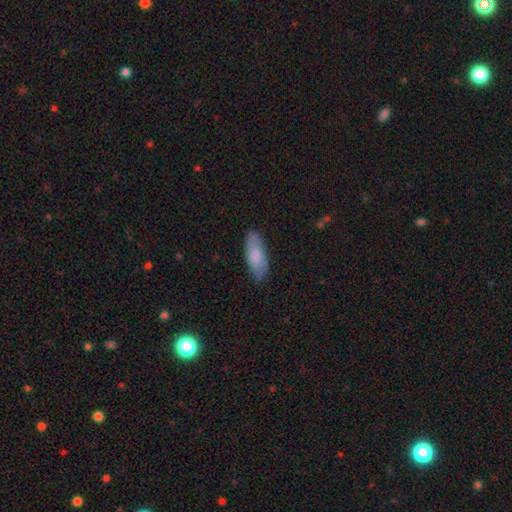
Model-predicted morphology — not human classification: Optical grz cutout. It shows a smooth galaxy with no disk features (78%) that is in between round and cigar-shaped (77%). Merging: none (81%).